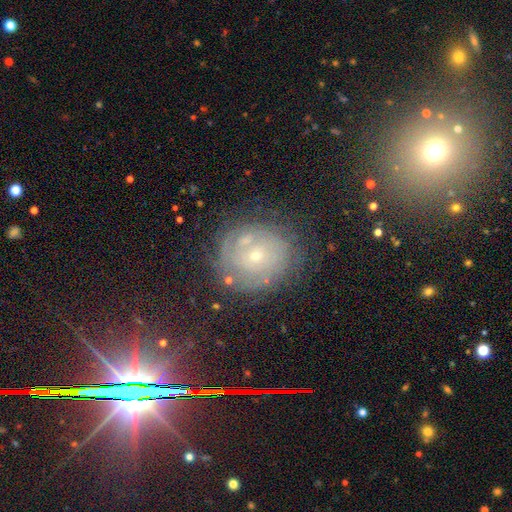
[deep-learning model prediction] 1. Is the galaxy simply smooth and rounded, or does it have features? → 62% featured or disk, 22% smooth, 16% star or artifact.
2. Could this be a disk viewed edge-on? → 96% no, 4% yes.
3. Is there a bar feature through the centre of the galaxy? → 79% no, 17% weak, 4% strong.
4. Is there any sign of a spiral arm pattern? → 77% yes, 23% no.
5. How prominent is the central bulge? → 78% small, 18% moderate, 2% none, 1% large, 1% dominant.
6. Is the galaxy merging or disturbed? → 71% none, 16% minor disturbance, 8% major disturbance, 5% merger.